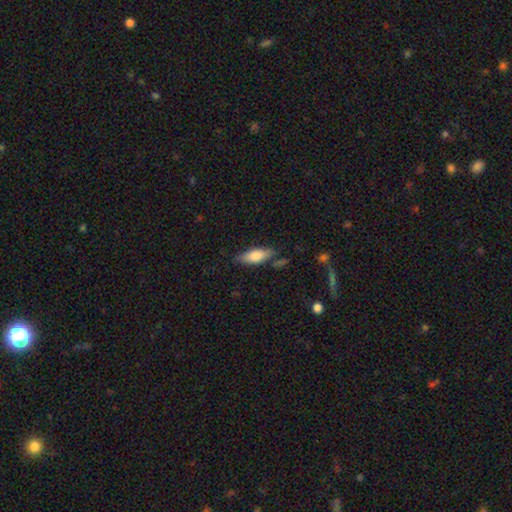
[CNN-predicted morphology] A smooth galaxy with no disk features (75%) that is in between round and cigar-shaped (67%).

Vote fractions:
- Smooth or featured? smooth: 75% / featured or disk: 18% / star or artifact: 6%
- How rounded? in between: 67% / cigar-shaped: 31% / round: 2%
- Merging? none: 72% / minor disturbance: 18% / merger: 5% / major disturbance: 4%